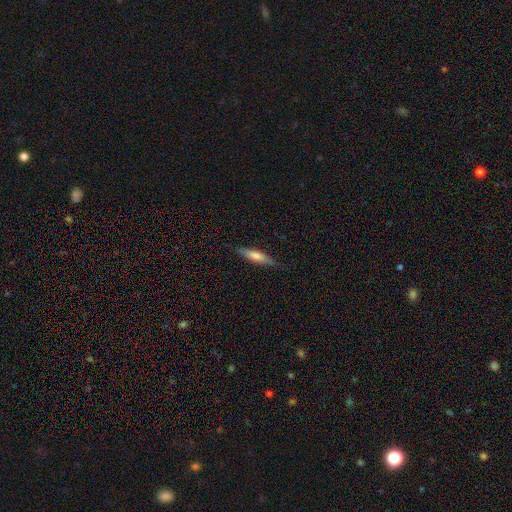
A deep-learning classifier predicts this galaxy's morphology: type=smooth (55%); roundness=cigar-shaped (78%); merging=none (84%).